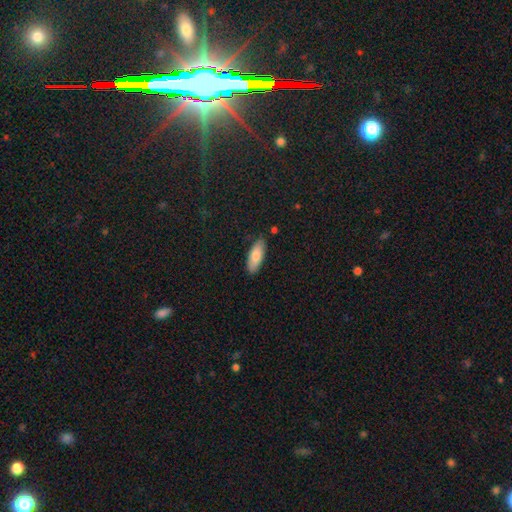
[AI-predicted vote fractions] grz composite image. It shows a smooth galaxy with no disk features (81%) that is in between round and cigar-shaped (73%). Merging: none (85%).